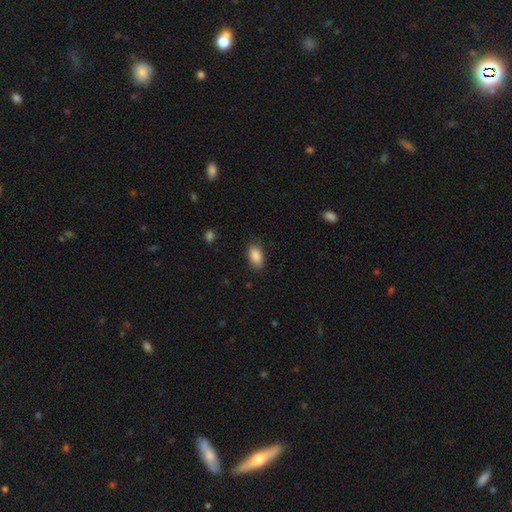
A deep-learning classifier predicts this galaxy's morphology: This appears to be a smooth galaxy with no disk features (89%) that is in between round and cigar-shaped (92%). Merging: none (84%).